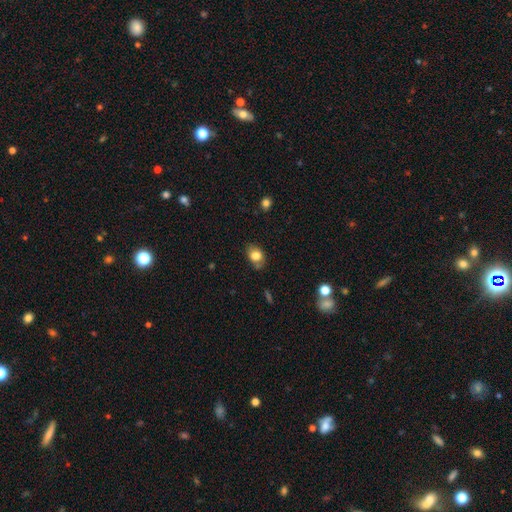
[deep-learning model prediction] smooth_or_featured: smooth (p=0.78) [alt: featured or disk p=0.12]
how_rounded: in between (p=0.66) [alt: round p=0.33]
merging: none (p=0.67) [alt: minor disturbance p=0.23]